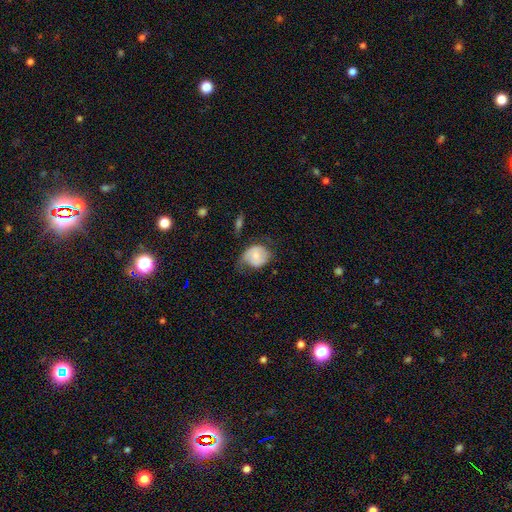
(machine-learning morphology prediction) Smooth or featured? Predicted: smooth (p=0.57). How rounded? Predicted: round (p=0.64). Merging? Predicted: none (p=0.37).